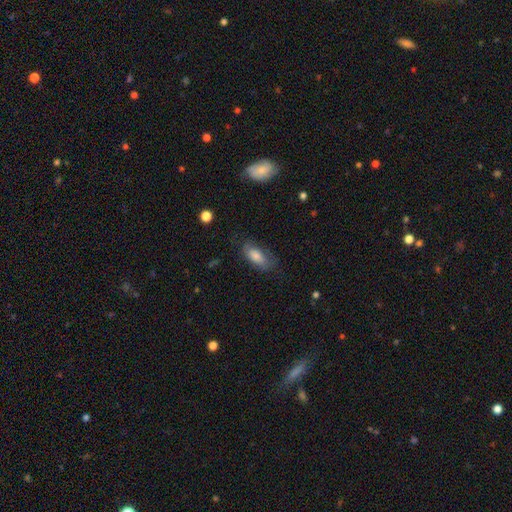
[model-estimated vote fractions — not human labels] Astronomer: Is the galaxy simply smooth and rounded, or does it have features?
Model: smooth — 69%.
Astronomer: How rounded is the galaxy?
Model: in between — 83%.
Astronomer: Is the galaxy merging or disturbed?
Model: none — 64%.